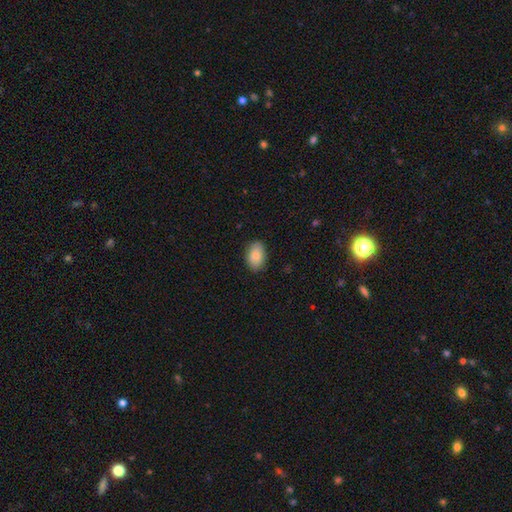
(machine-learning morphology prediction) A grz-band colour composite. It shows a smooth galaxy with no disk features (86%) that is in between round and cigar-shaped (90%). Merging: none (86%).